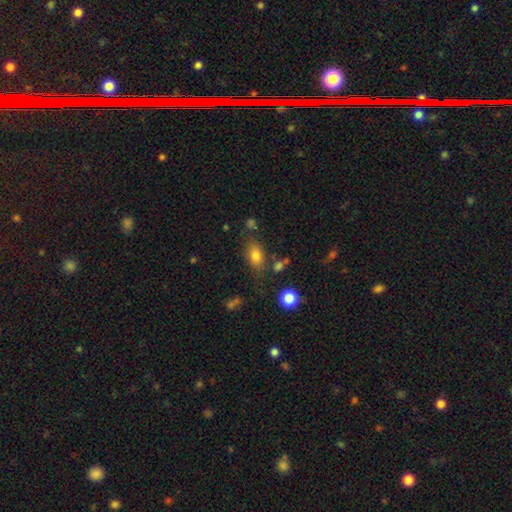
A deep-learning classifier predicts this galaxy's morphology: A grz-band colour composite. It shows a smooth galaxy with no disk features (79%) that is in between round and cigar-shaped (82%). Merging: none (72%).